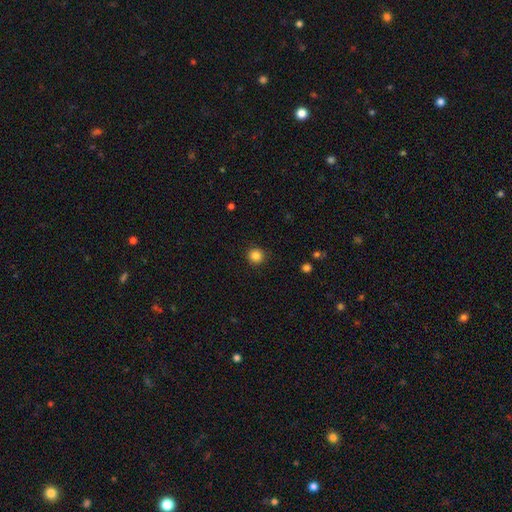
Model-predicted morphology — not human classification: Smooth or featured? Predicted: smooth (p=0.85). How rounded? Predicted: round (p=0.94). Merging? Predicted: none (p=0.91).